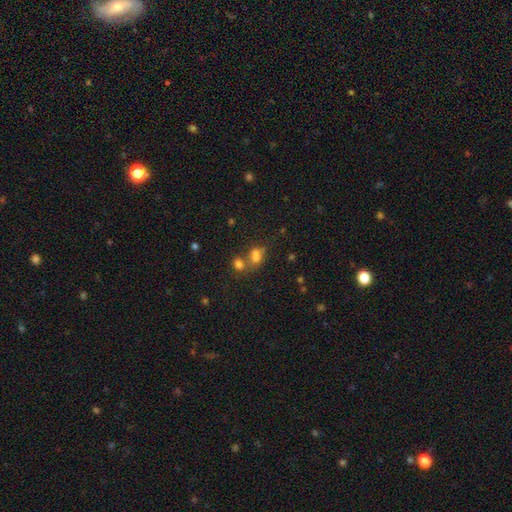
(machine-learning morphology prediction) The model was most divided on "merging": merger: 46%, none: 35%, minor disturbance: 12%, major disturbance: 7%. More confident: smooth or featured — smooth (70%); how rounded — in between (68%).